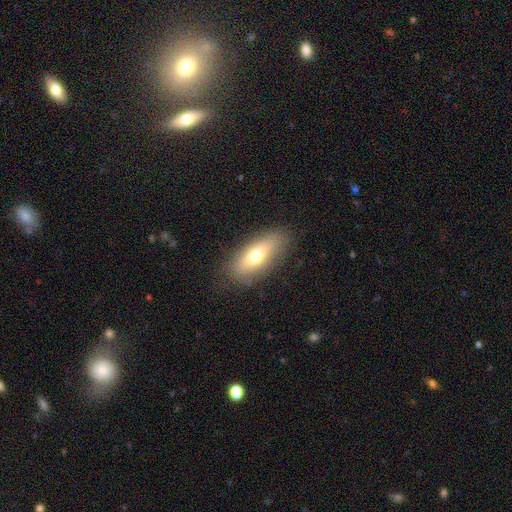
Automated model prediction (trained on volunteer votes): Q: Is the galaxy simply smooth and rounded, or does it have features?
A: smooth — 66%.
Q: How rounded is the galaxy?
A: in between — 72%.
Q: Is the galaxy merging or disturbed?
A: none — 82%.